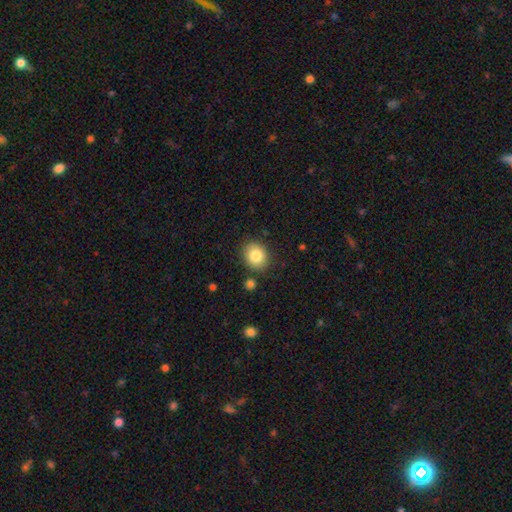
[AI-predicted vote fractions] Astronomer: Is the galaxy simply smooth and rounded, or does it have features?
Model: smooth — 84%.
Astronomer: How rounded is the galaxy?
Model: round — 64%.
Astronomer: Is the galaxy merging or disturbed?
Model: none — 84%.